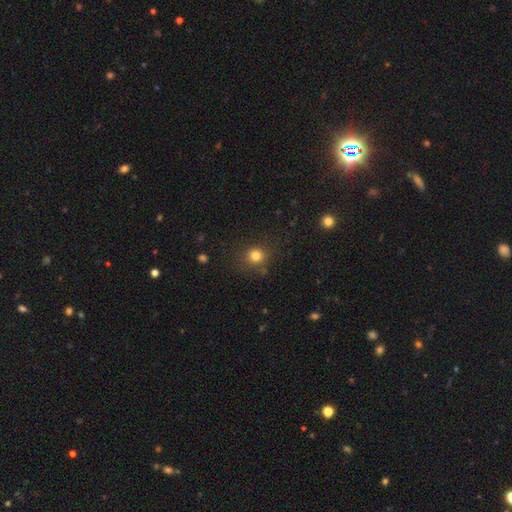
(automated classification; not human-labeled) Q: Smooth or featured?
A: smooth (79%); runner-up: star or artifact (14%)
Q: How rounded?
A: round (86%); runner-up: in between (13%)
Q: Merging?
A: none (82%); runner-up: minor disturbance (11%)